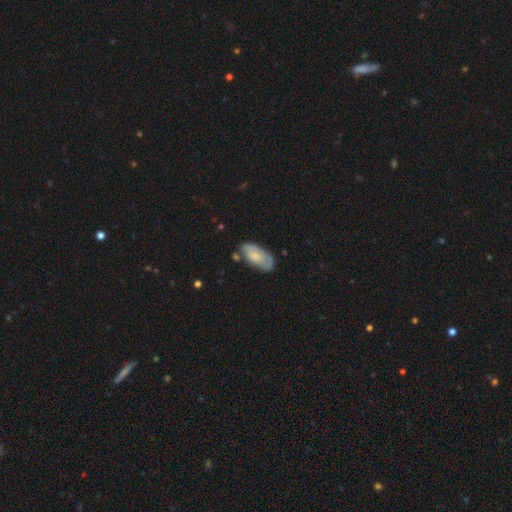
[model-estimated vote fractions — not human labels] Smooth or featured: smooth — 61% (featured or disk — 33%)
How rounded: in between — 91% (cigar-shaped — 7%)
Merging: none — 58% (minor disturbance — 28%)